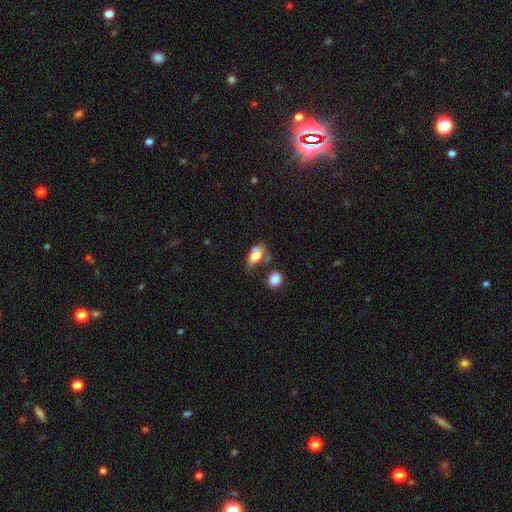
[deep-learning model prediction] This appears to be a smooth galaxy with no disk features (72%) that is in between round and cigar-shaped (83%). Merging: merger (31%).